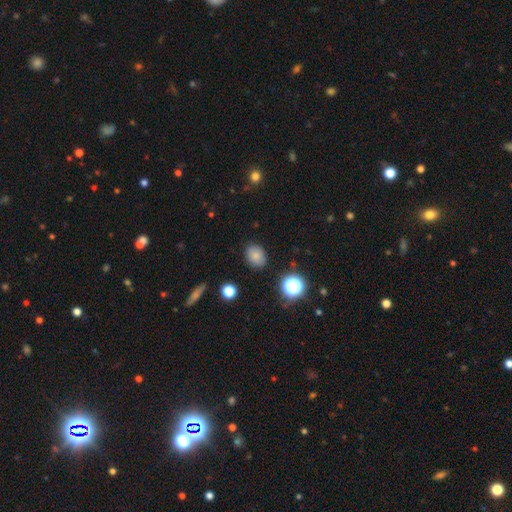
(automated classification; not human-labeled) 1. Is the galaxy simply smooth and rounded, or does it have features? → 80% smooth, 13% star or artifact, 7% featured or disk.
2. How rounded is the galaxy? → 53% in between, 46% round, 1% cigar-shaped.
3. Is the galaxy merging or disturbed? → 85% none, 11% minor disturbance, 3% major disturbance, 2% merger.